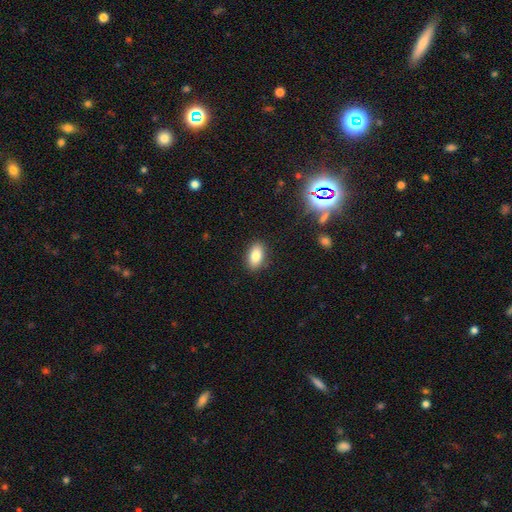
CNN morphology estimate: This appears to be a smooth galaxy with no disk features (83%) that is in between round and cigar-shaped (90%). Merging: none (88%).